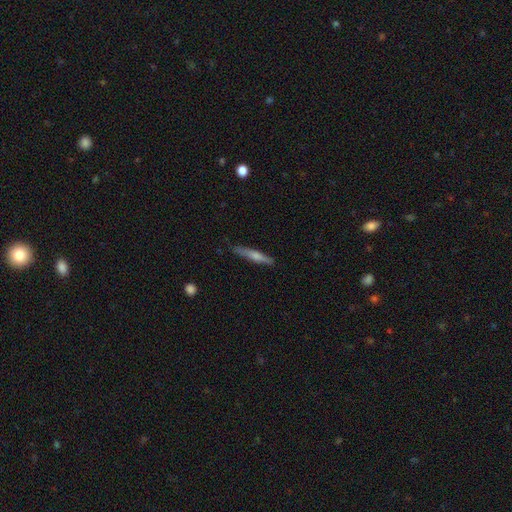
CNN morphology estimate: A featured or disk galaxy (55%) viewed edge-on (95%) with a rounded central bulge (74%). Merging: none (87%).